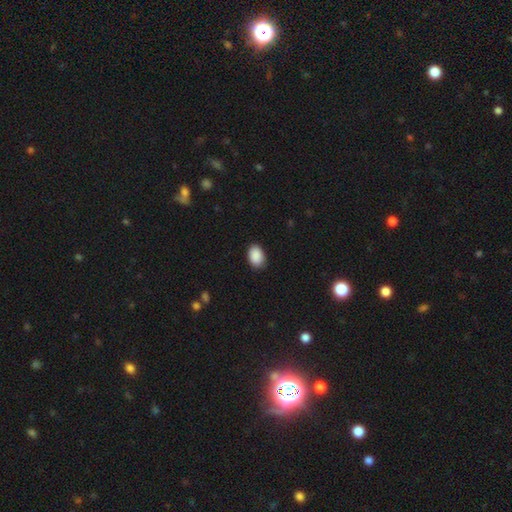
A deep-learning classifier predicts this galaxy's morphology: A smooth galaxy with no disk features (91%) that is in between round and cigar-shaped (85%). Merging: none (86%).